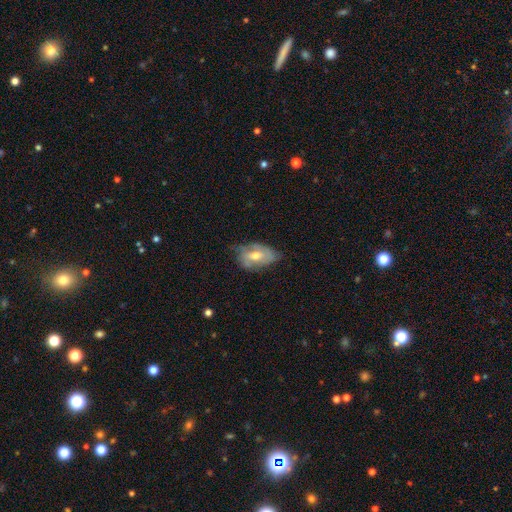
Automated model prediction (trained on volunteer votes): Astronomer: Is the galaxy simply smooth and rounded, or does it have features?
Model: featured or disk — 53% (runner-up: smooth, 41%).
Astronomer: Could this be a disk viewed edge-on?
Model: no — 92%.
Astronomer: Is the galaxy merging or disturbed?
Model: none — 49% (runner-up: minor disturbance, 37%).